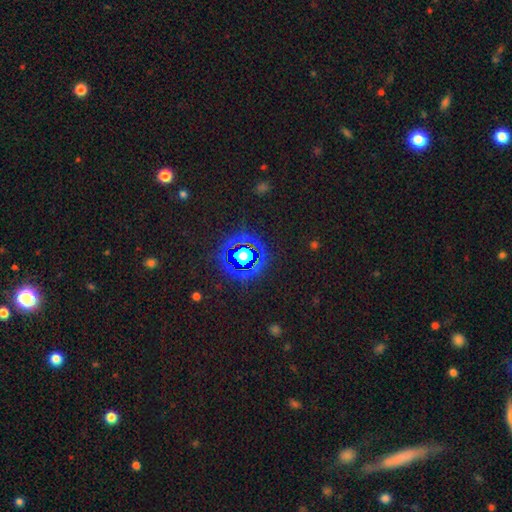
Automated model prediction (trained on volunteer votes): Morphology: type=star or artifact (79%).